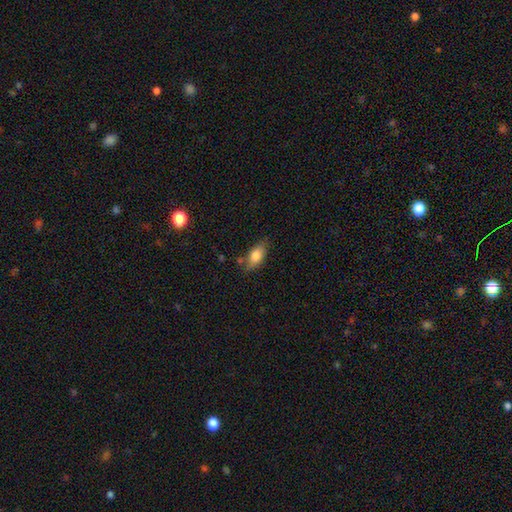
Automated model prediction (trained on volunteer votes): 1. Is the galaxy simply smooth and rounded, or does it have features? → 77% smooth, 15% featured or disk, 7% star or artifact.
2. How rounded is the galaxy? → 86% in between, 10% cigar-shaped, 5% round.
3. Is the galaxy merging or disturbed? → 71% none, 20% minor disturbance, 5% merger, 4% major disturbance.